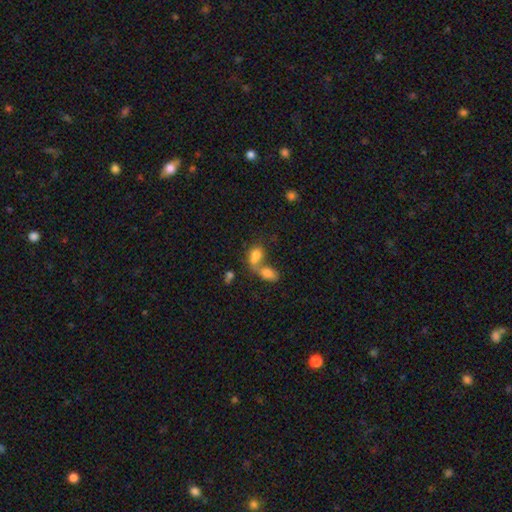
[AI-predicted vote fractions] Smooth or featured?
  - smooth: 77% *
  - featured or disk: 13%
  - star or artifact: 10%
How rounded?
  - in between: 78% *
  - round: 19%
  - cigar-shaped: 3%
Merging?
  - merger: 63% *
  - none: 23%
  - minor disturbance: 8%
  - major disturbance: 6%